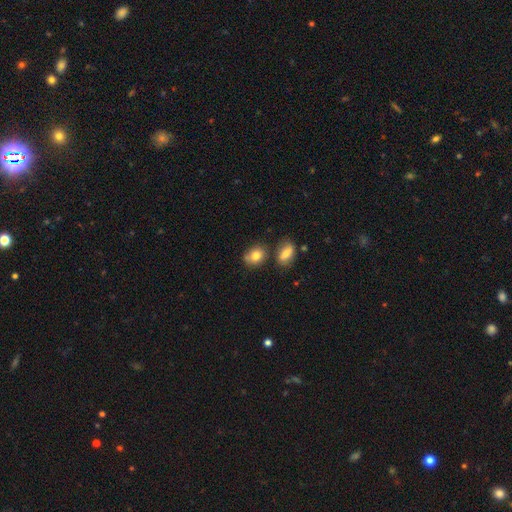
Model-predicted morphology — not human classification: Q: Smooth or featured?
A: smooth (79%); runner-up: featured or disk (11%)
Q: How rounded?
A: round (51%); runner-up: in between (48%)
Q: Merging?
A: none (62%); runner-up: minor disturbance (19%)